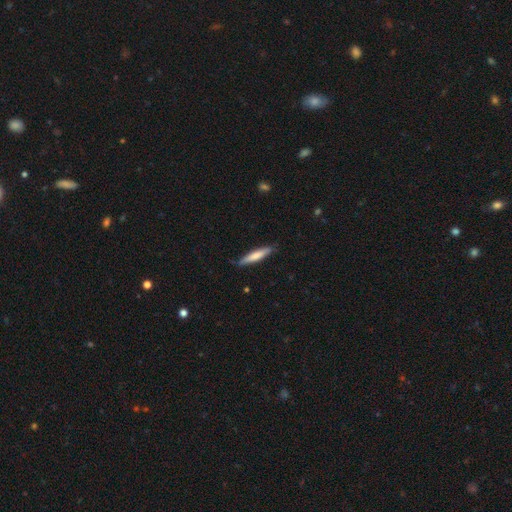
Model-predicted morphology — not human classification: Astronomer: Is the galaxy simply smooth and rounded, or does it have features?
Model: smooth — 68%.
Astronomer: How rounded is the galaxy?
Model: cigar-shaped — 88%.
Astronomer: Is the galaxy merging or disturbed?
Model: none — 85%.